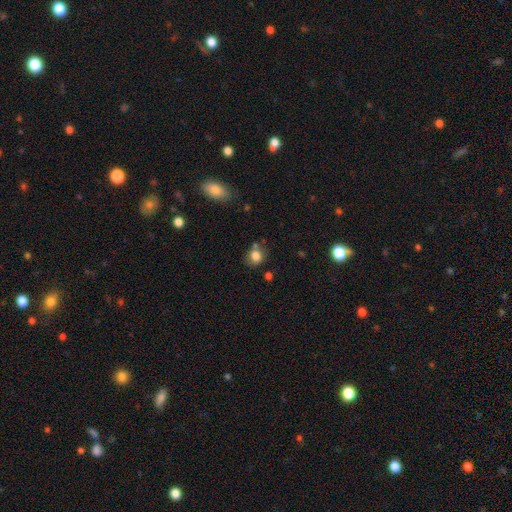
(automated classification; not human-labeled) Morphology: type=smooth (78%); roundness=round (59%); merging=none (62%).